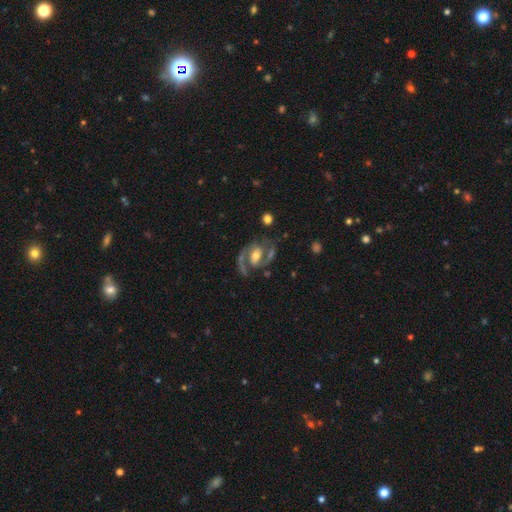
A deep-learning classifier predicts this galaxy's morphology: featured or disk 83%, smooth 11%, star or artifact 6%. Down the decision tree: edge-on disk — no (97%); bar — weak (36%); spiral arms — yes (92%); spiral arm count — 2 (84%); spiral winding — medium (57%); bulge size — moderate (62%); merging — none (62%).